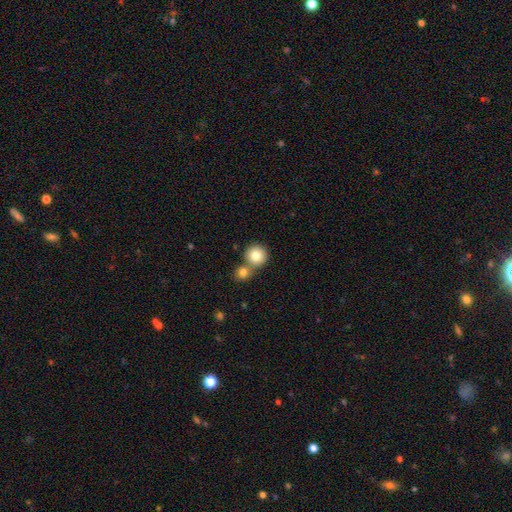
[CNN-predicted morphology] Smooth or featured? Predicted: smooth (p=0.80). How rounded? Predicted: round (p=0.92). Merging? Predicted: none (p=0.54).